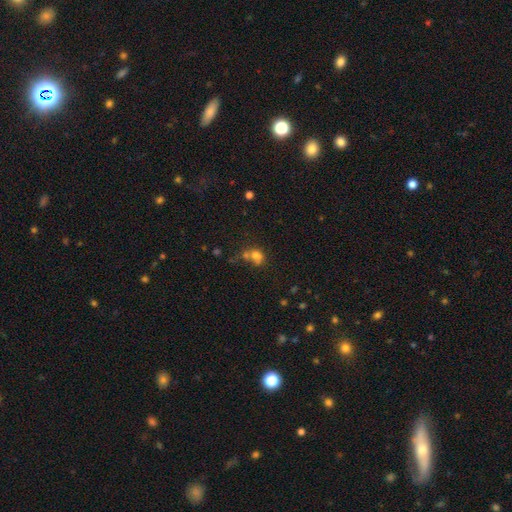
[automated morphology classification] Smooth or featured? smooth (70%)
How rounded? round (59%)
Merging? merger (48%)